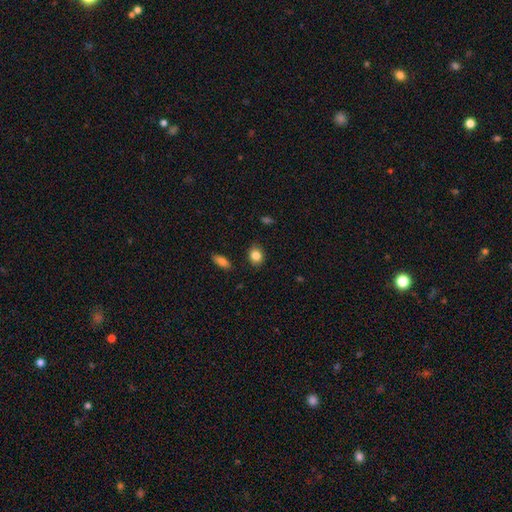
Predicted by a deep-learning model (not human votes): smooth-or-featured: smooth: 84% | star or artifact: 9% | featured or disk: 6%
  how-rounded: round: 52% | in between: 46% | cigar-shaped: 1%
  merging: none: 86% | minor disturbance: 10% | major disturbance: 2% | merger: 2%